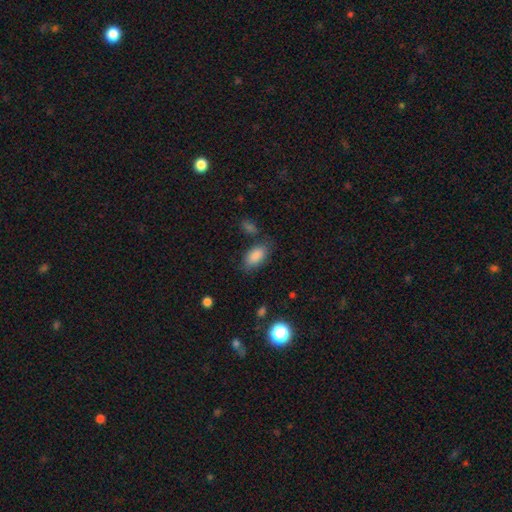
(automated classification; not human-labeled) Smooth or featured? Predicted: smooth (p=0.87). How rounded? Predicted: in between (p=0.92). Merging? Predicted: none (p=0.75).